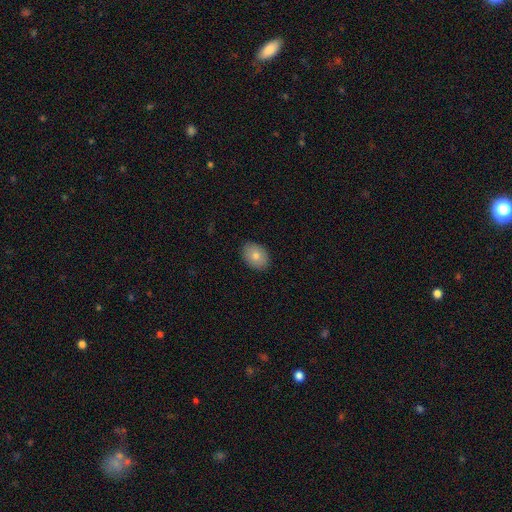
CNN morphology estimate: Smooth or featured? smooth (78%)
How rounded? in between (74%)
Merging? none (89%)